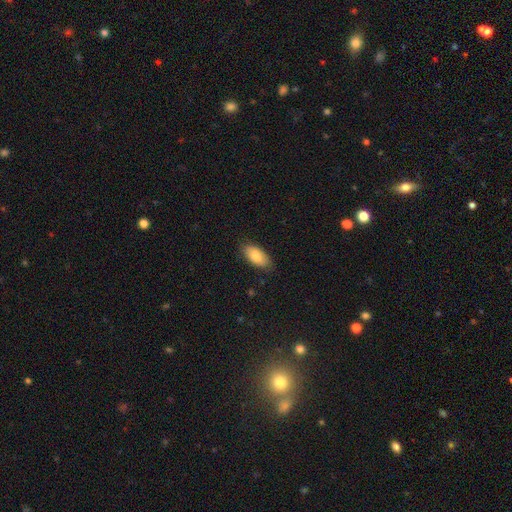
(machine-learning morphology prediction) smooth-or-featured: smooth: 82% | featured or disk: 12% | star or artifact: 6%
  how-rounded: in between: 93% | cigar-shaped: 5% | round: 3%
  merging: none: 83% | minor disturbance: 14% | major disturbance: 2% | merger: 1%